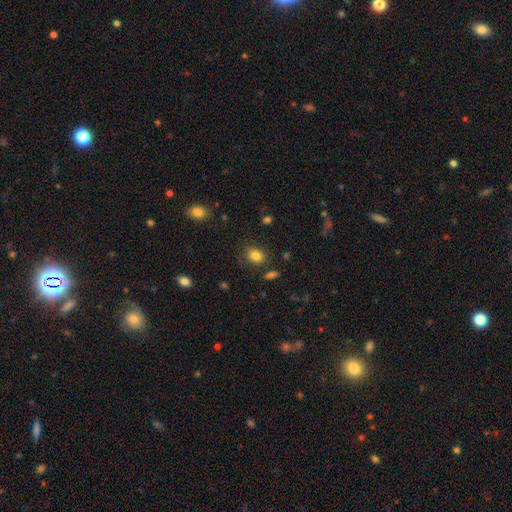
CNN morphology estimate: This appears to be a smooth galaxy with no disk features (83%) that is in between round and cigar-shaped (58%). Merging: none (80%).